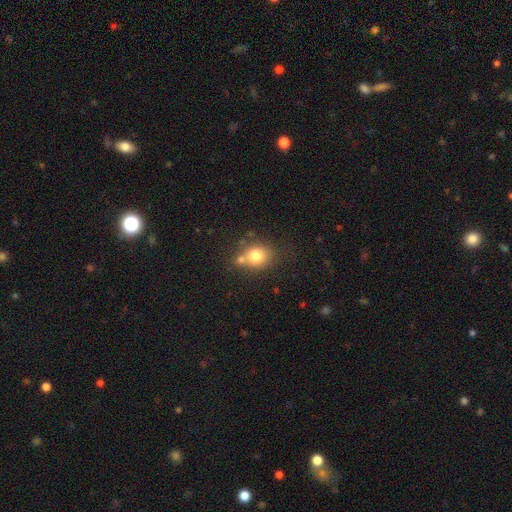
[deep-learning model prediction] Smooth or featured?
  - smooth: 77% *
  - featured or disk: 12%
  - star or artifact: 11%
How rounded?
  - round: 69% *
  - in between: 30%
  - cigar-shaped: 1%
Merging?
  - none: 57% *
  - merger: 26%
  - minor disturbance: 13%
  - major disturbance: 4%